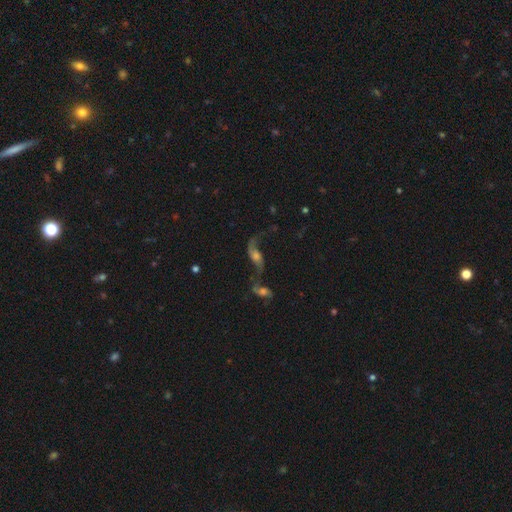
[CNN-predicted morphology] Overall: featured or disk (75%). Edge-on disk: no (89%). Bar: no (59%; weak 32%). Spiral arms: yes (89%). Spiral arm count: 2 (85%). Spiral winding: loose (90%). Bulge size: moderate (45%; small 28%). Merging: merger (41%; none 32%).